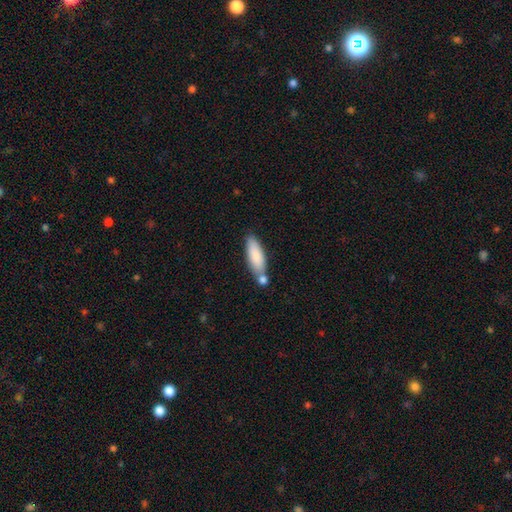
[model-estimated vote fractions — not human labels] Smooth or featured? smooth (85%)
How rounded? in between (54%)
Merging? none (57%)